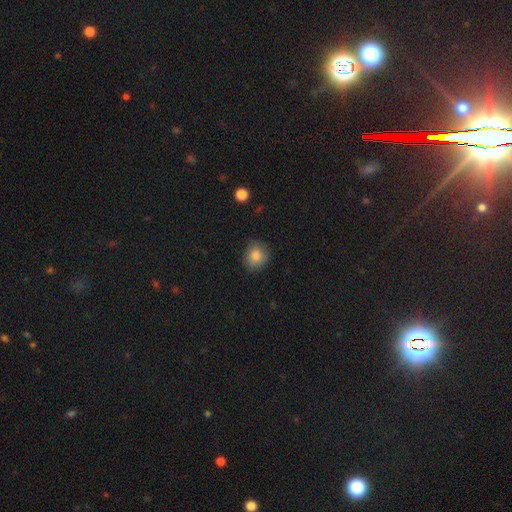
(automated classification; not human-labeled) This is clearly a smooth galaxy (84%). How rounded: likely round (76%). Merging: clearly none (80%).